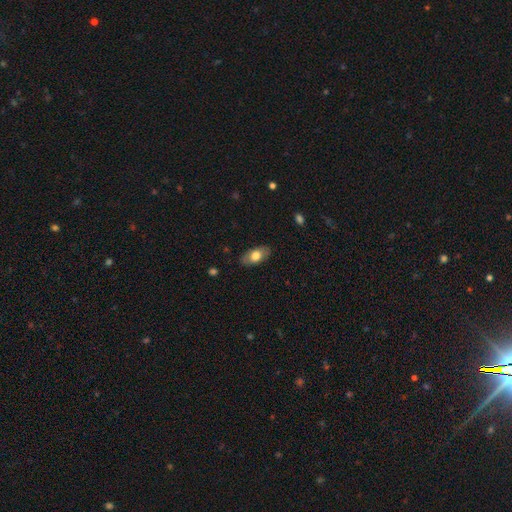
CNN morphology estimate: Q: Smooth or featured?
A: smooth (72%); runner-up: featured or disk (22%)
Q: How rounded?
A: in between (91%); runner-up: round (5%)
Q: Merging?
A: none (84%); runner-up: minor disturbance (12%)